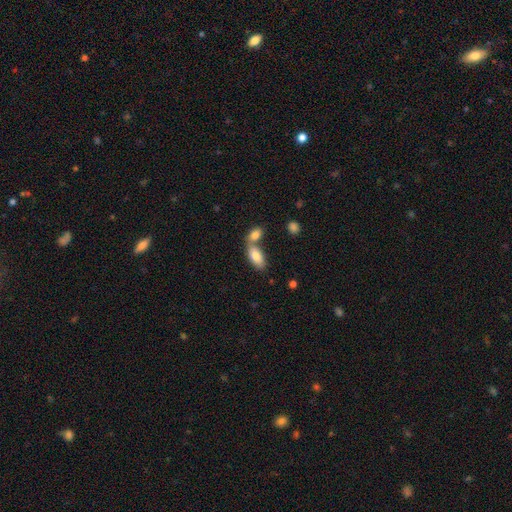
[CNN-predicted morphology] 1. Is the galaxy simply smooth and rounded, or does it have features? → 81% smooth, 13% featured or disk, 7% star or artifact.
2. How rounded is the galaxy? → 90% in between, 7% cigar-shaped, 3% round.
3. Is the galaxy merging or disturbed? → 51% merger, 37% none, 8% minor disturbance, 3% major disturbance.